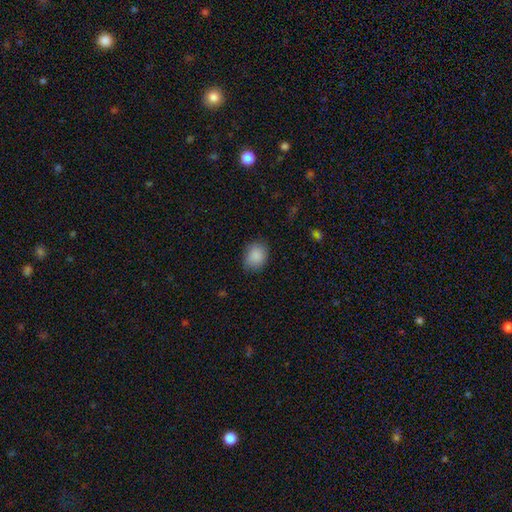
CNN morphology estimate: smooth_or_featured: smooth (p=0.88) [alt: star or artifact p=0.08]
how_rounded: round (p=0.54) [alt: in between p=0.45]
merging: none (p=0.79) [alt: minor disturbance p=0.16]